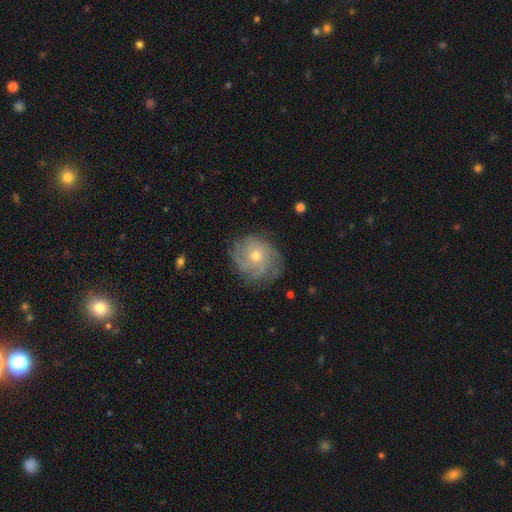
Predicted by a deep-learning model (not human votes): The model was most divided on "bulge size": moderate: 56%, small: 40%, large: 2%, none: 1%, dominant: 1%. Remaining: edge-on disk — no (97%); spiral arms — yes (88%); bar — no (82%); merging — none (75%); smooth or featured — featured or disk (70%); spiral winding — tight (57%); spiral arm count — can't tell (42%).